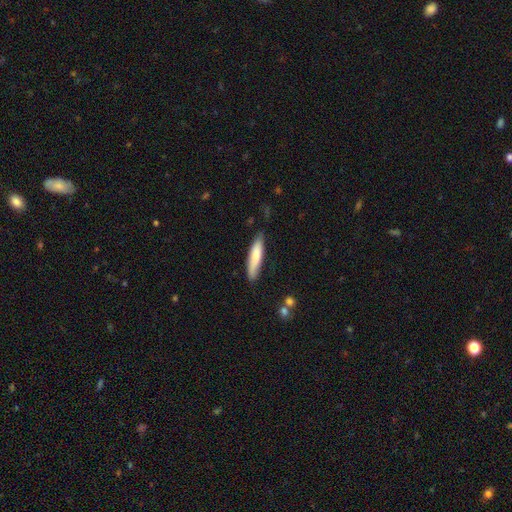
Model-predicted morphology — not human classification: smooth-or-featured: smooth: 78% | featured or disk: 17% | star or artifact: 5%
  how-rounded: cigar-shaped: 79% | in between: 20% | round: 1%
  merging: none: 77% | minor disturbance: 18% | major disturbance: 3% | merger: 2%